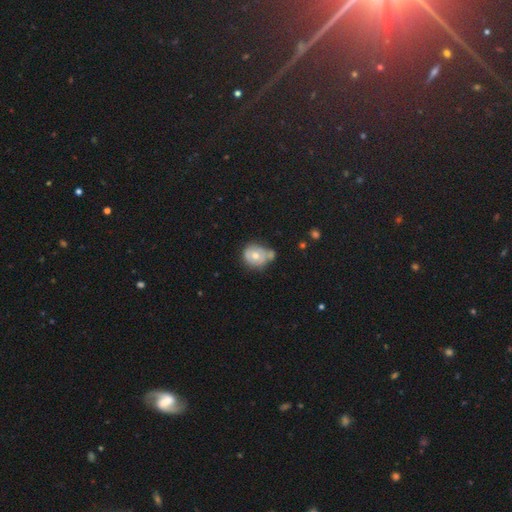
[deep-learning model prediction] A smooth galaxy with no disk features (56%) that is round (69%).

Vote fractions:
- Smooth or featured? smooth: 56% / featured or disk: 35% / star or artifact: 8%
- How rounded? round: 69% / in between: 30% / cigar-shaped: 1%
- Merging? none: 41% / minor disturbance: 26% / merger: 25% / major disturbance: 8%